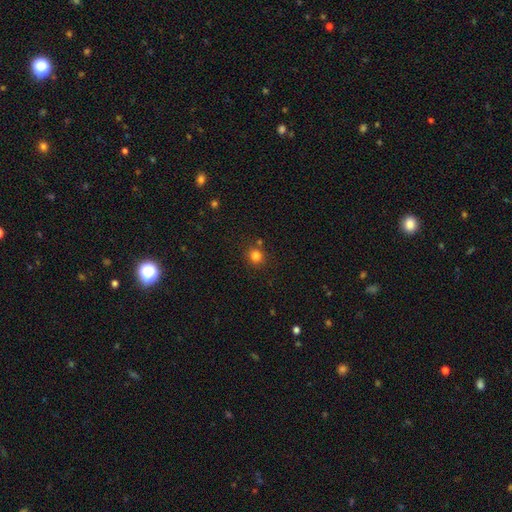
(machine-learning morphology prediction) Smooth or featured: smooth — 81% (star or artifact — 14%)
How rounded: round — 91% (in between — 9%)
Merging: none — 81% (minor disturbance — 9%)